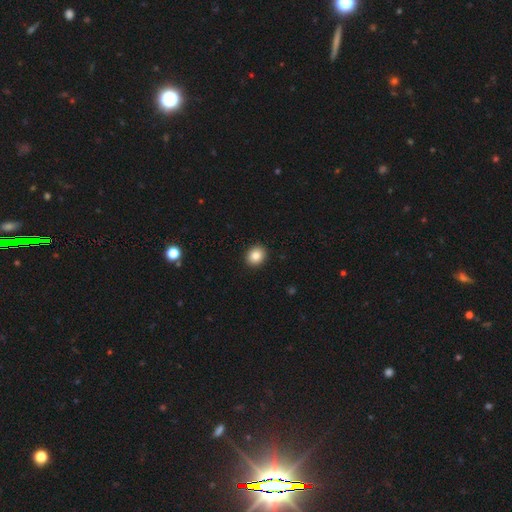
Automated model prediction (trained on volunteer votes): This is clearly a smooth galaxy (86%). How rounded: likely round (64%). Merging: clearly none (92%).